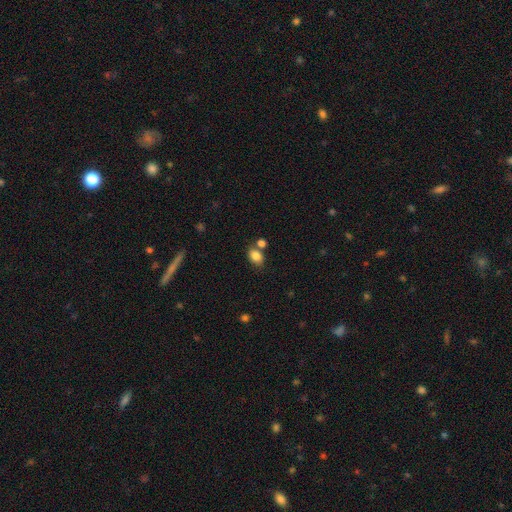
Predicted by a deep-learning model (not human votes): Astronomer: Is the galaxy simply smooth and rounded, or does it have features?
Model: smooth — 84%.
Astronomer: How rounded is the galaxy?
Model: in between — 72%.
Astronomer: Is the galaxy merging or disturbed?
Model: none — 61%.